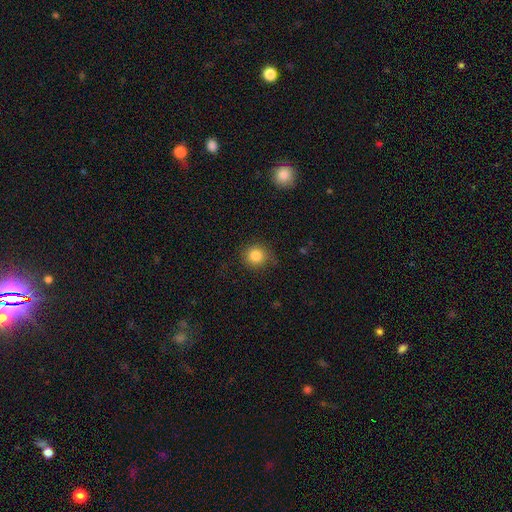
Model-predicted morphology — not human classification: Smooth or featured: smooth — 85% (star or artifact — 10%)
How rounded: round — 88% (in between — 11%)
Merging: none — 79% (minor disturbance — 15%)